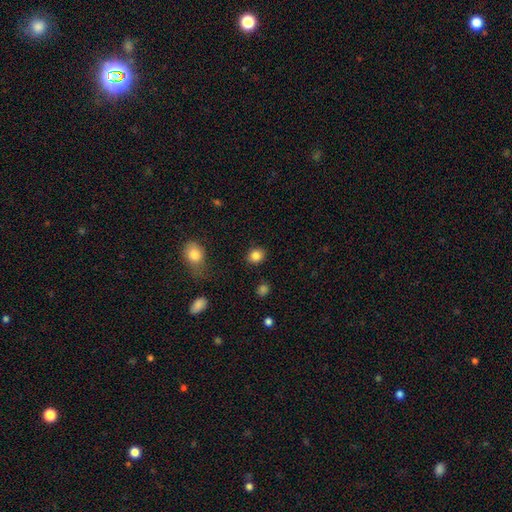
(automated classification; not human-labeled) smooth_or_featured: smooth (p=0.85) [alt: star or artifact p=0.10]
how_rounded: round (p=0.72) [alt: in between p=0.27]
merging: none (p=0.88) [alt: minor disturbance p=0.08]